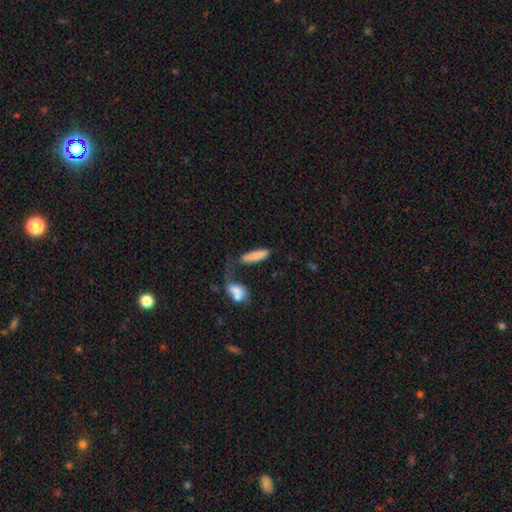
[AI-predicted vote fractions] Smooth or featured: smooth — 81% (featured or disk — 12%)
How rounded: cigar-shaped — 66% (in between — 32%)
Merging: none — 46% (merger — 23%)